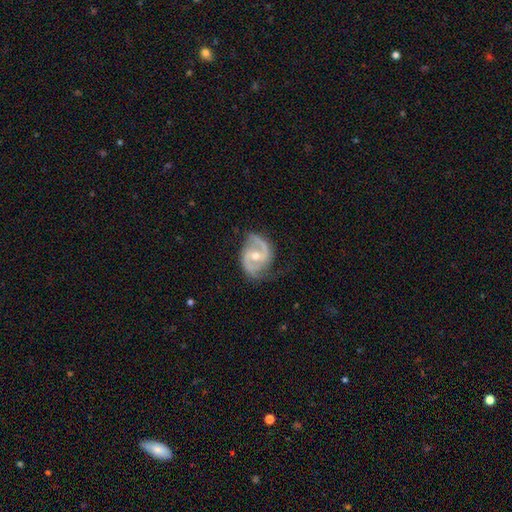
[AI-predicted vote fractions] Overall: featured or disk (89%). Edge-on disk: no (97%). Bar: weak (43%, tied with no). Spiral arms: yes (96%). Spiral arm count: 2 (90%). Spiral winding: medium (53%; tight 26%). Bulge size: moderate (69%). Merging: none (69%).